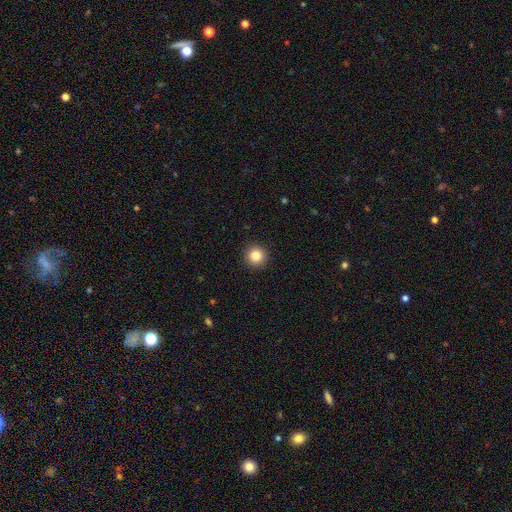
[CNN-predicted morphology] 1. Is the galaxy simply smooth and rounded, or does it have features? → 84% smooth, 11% star or artifact, 5% featured or disk.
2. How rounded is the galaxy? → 96% round, 3% in between, 1% cigar-shaped.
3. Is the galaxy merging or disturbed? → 93% none, 4% minor disturbance, 2% major disturbance, 1% merger.